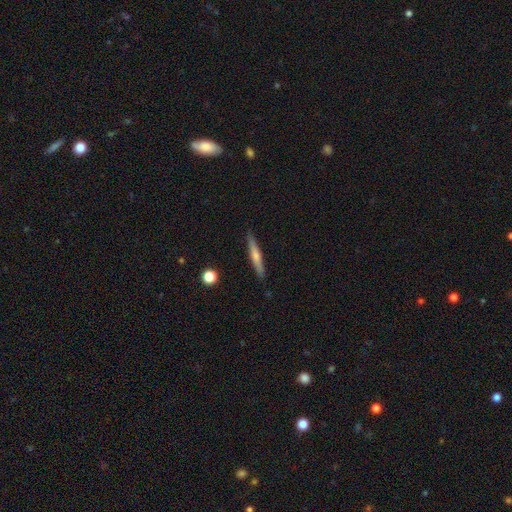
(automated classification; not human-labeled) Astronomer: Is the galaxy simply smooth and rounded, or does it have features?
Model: smooth — 52% (runner-up: featured or disk, 42%).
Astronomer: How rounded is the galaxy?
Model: cigar-shaped — 93%.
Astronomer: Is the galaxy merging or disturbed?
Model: none — 89%.